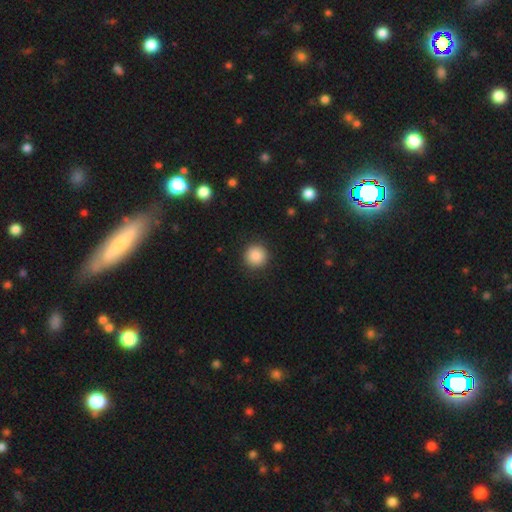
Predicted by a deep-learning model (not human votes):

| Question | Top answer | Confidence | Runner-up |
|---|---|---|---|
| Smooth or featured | smooth | 88% | star or artifact (9%) |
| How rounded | round | 95% | in between (4%) |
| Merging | none | 90% | minor disturbance (6%) |